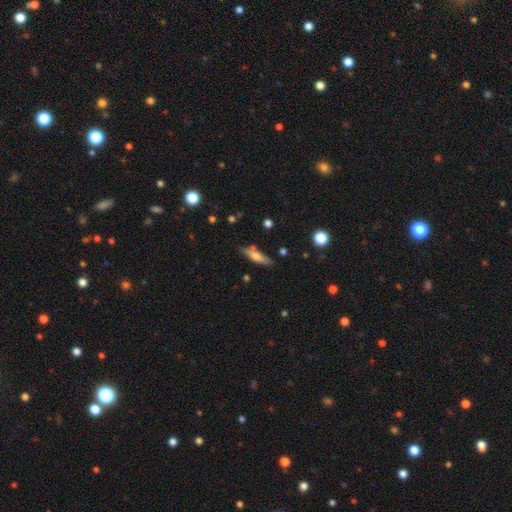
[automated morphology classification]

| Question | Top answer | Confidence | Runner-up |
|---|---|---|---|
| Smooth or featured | smooth | 58% | featured or disk (35%) |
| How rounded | cigar-shaped | 68% | in between (30%) |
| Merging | none | 78% | minor disturbance (15%) |